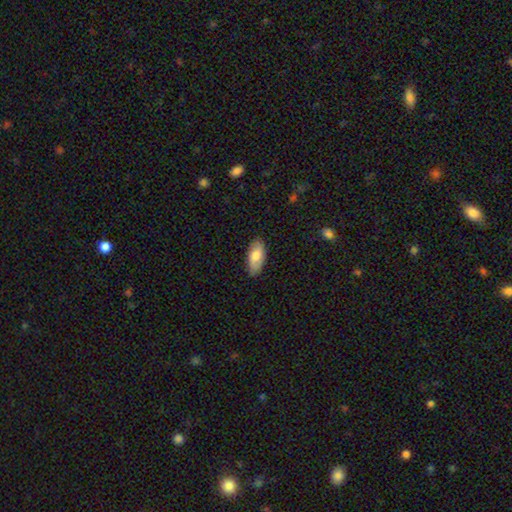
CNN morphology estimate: smooth 76%, featured or disk 18%, star or artifact 6%. Down the decision tree: how rounded — in between (89%); merging — none (84%).